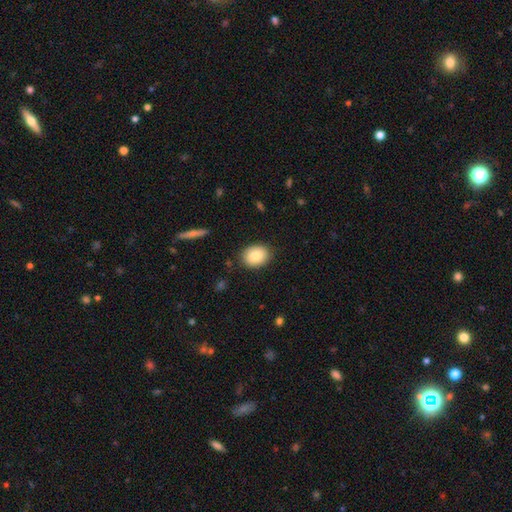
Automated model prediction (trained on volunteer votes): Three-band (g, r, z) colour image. It shows a smooth galaxy with no disk features (84%) that is in between round and cigar-shaped (61%). Merging: none (87%).